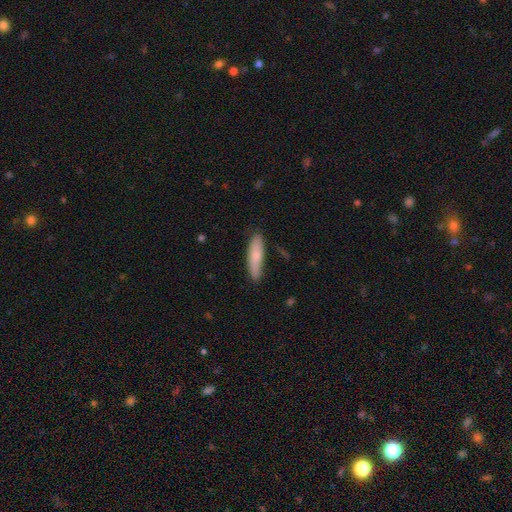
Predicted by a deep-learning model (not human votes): Q: Smooth or featured?
A: smooth (75%); runner-up: featured or disk (19%)
Q: How rounded?
A: cigar-shaped (69%); runner-up: in between (29%)
Q: Merging?
A: none (80%); runner-up: minor disturbance (16%)